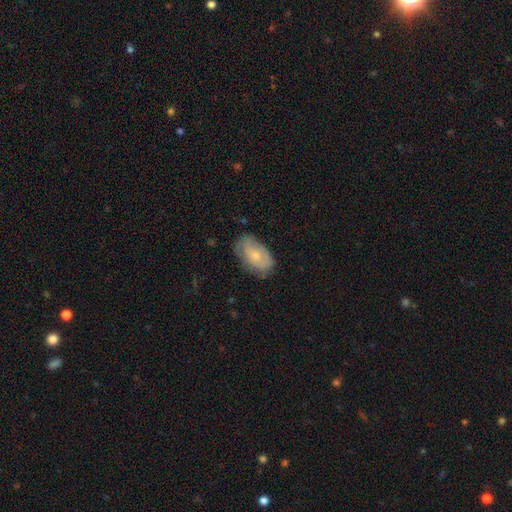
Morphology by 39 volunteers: Overall: smooth (51%; featured or disk 46%). How rounded: in between (90%). Merging: none (61%; minor disturbance 26%).